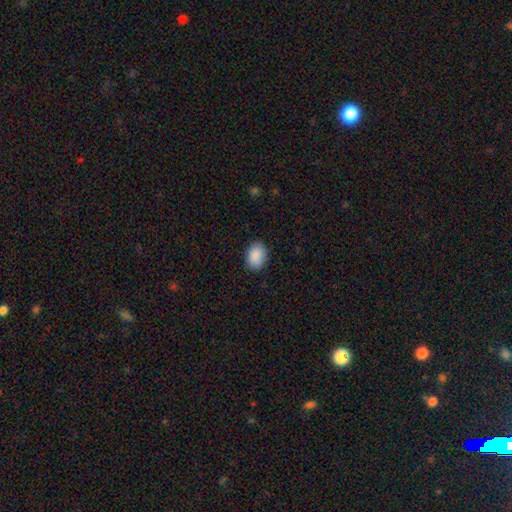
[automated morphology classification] Smooth or featured?
  - smooth: 90% *
  - star or artifact: 7%
  - featured or disk: 3%
How rounded?
  - in between: 77% *
  - round: 22%
  - cigar-shaped: 1%
Merging?
  - none: 87% *
  - minor disturbance: 9%
  - major disturbance: 2%
  - merger: 1%